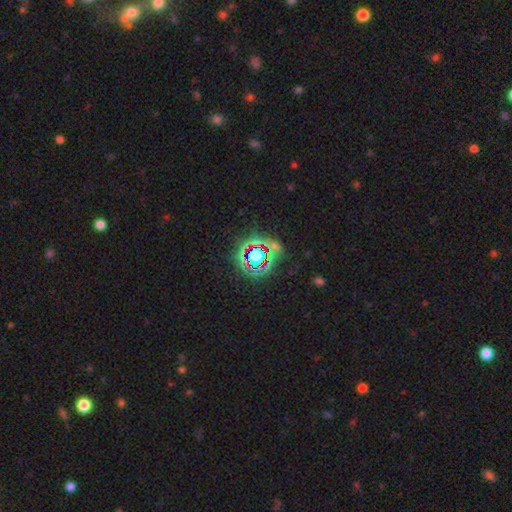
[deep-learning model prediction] Smooth or featured? star or artifact (69%)